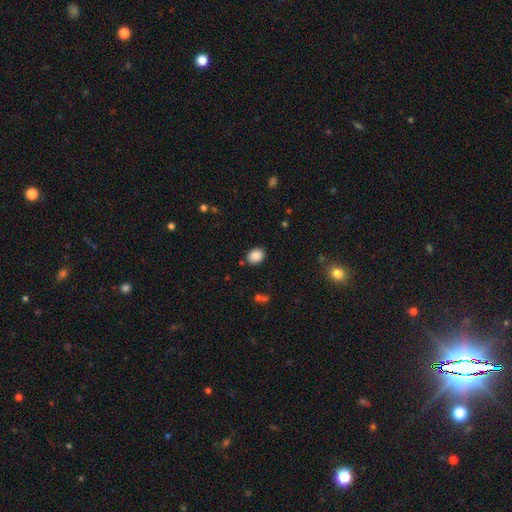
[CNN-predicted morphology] The model was most divided on "how rounded": in between: 62%, round: 37%, cigar-shaped: 1%. More confident: smooth or featured — smooth (88%); merging — none (85%).